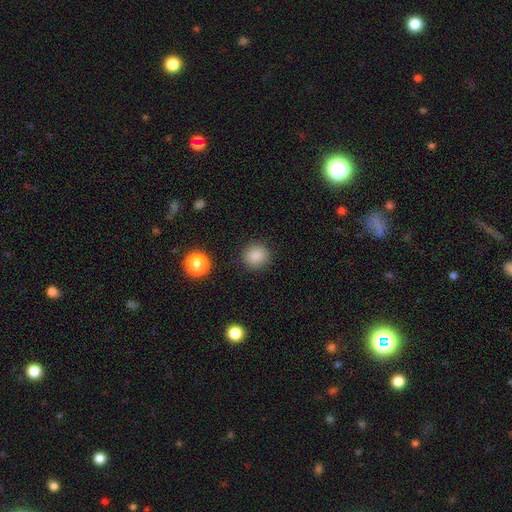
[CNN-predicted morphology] Smooth or featured?
  - smooth: 86% *
  - star or artifact: 10%
  - featured or disk: 4%
How rounded?
  - round: 88% *
  - in between: 11%
  - cigar-shaped: 1%
Merging?
  - none: 89% *
  - minor disturbance: 7%
  - major disturbance: 3%
  - merger: 2%